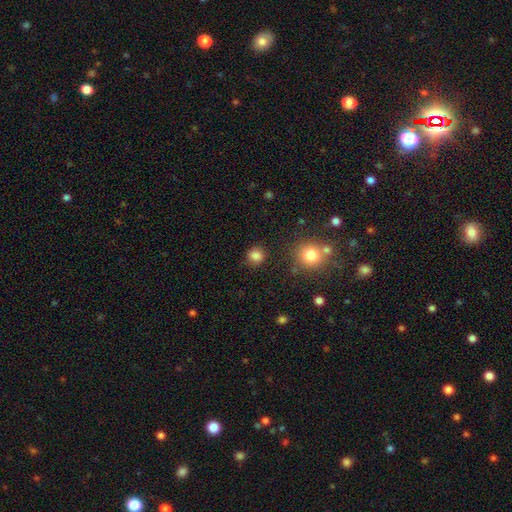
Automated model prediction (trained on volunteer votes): A smooth galaxy with no disk features (83%) that is round (86%). Merging: none (84%).